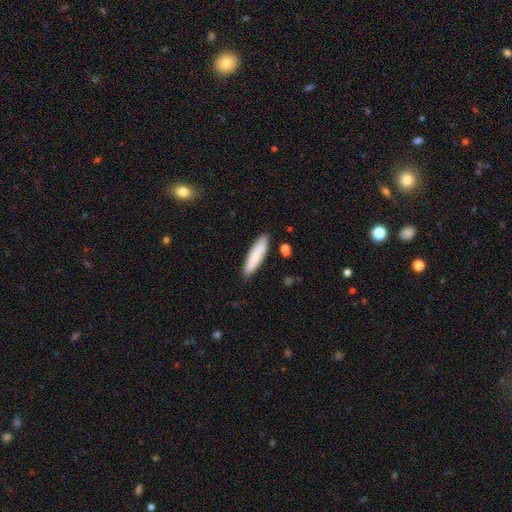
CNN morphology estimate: A smooth galaxy with no disk features (84%) that is cigar-shaped (70%).

Vote fractions:
- Smooth or featured? smooth: 84% / featured or disk: 10% / star or artifact: 6%
- How rounded? cigar-shaped: 70% / in between: 29% / round: 1%
- Merging? none: 85% / minor disturbance: 11% / merger: 2% / major disturbance: 2%